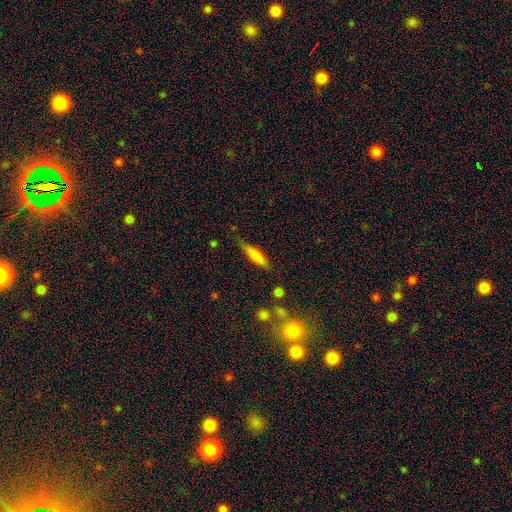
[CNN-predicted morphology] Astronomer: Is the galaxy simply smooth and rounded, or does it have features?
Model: smooth — 76%.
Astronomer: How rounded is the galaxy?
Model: cigar-shaped — 72%.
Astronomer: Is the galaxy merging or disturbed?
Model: none — 68%.